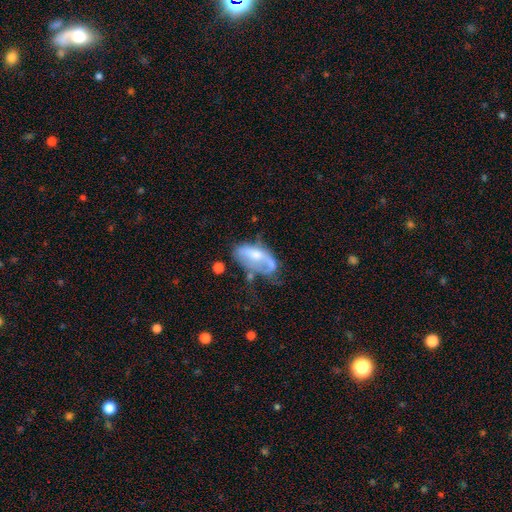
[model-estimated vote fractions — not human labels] Smooth or featured?
  - featured or disk: 55% *
  - smooth: 38%
  - star or artifact: 7%
Edge-on disk?
  - no: 90% *
  - yes: 10%
Merging?
  - major disturbance: 34% *
  - none: 28%
  - minor disturbance: 27%
  - merger: 12%